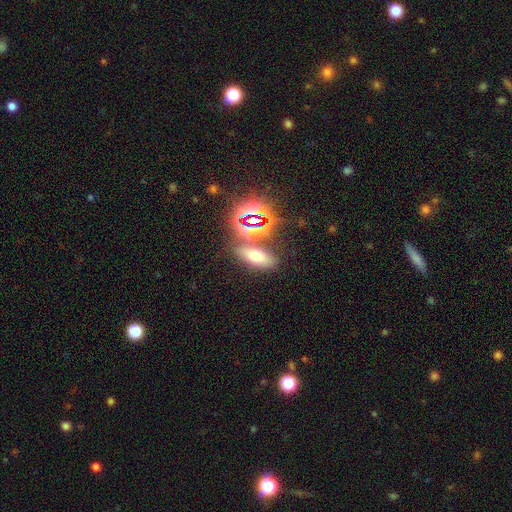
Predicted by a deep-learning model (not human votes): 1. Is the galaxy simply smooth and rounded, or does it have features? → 52% smooth, 33% star or artifact, 15% featured or disk.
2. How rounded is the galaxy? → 66% in between, 18% cigar-shaped, 16% round.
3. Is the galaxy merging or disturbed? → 73% none, 12% merger, 10% minor disturbance, 5% major disturbance.